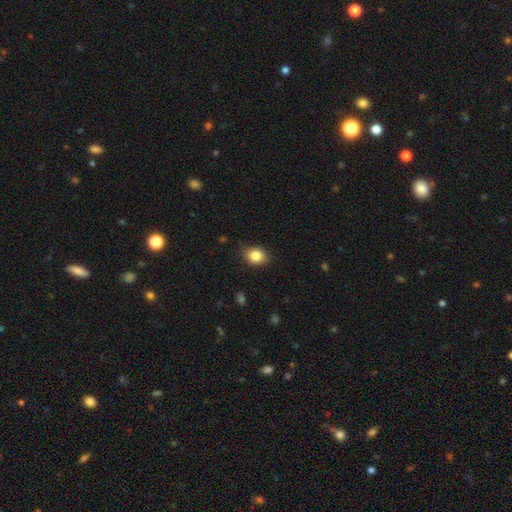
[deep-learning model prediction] Smooth or featured? Predicted: smooth (p=0.85). How rounded? Predicted: in between (p=0.50). Merging? Predicted: none (p=0.80).